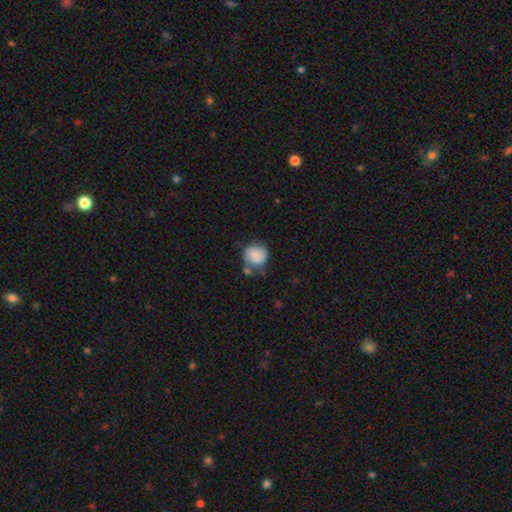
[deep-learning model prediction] smooth_or_featured: smooth (p=0.78) [alt: featured or disk p=0.15]
how_rounded: round (p=0.81) [alt: in between p=0.18]
merging: none (p=0.56) [alt: minor disturbance p=0.25]